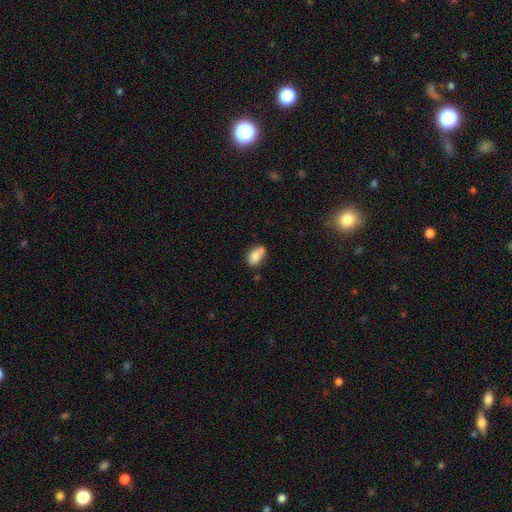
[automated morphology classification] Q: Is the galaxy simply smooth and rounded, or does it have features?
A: smooth — 82%.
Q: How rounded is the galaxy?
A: in between — 89%.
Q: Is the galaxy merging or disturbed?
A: none — 57%.